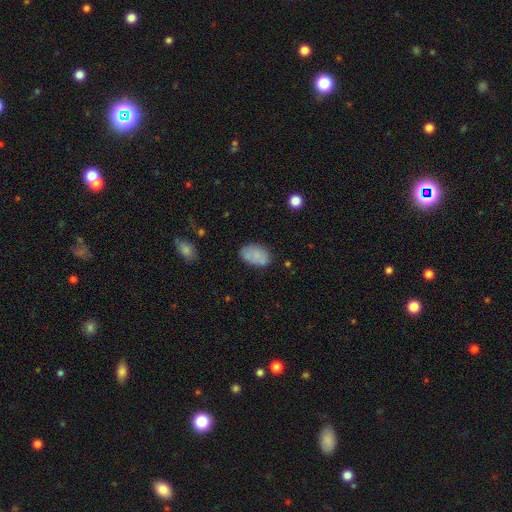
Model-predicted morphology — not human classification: smooth-or-featured: smooth: 78% | featured or disk: 13% | star or artifact: 9%
  how-rounded: in between: 89% | round: 10% | cigar-shaped: 1%
  merging: none: 67% | minor disturbance: 20% | merger: 6% | major disturbance: 6%